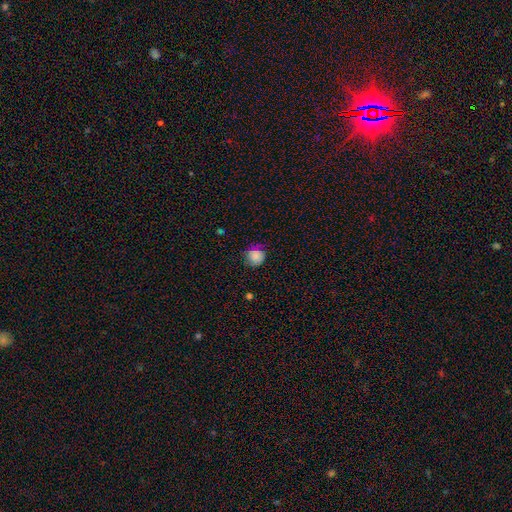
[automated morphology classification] This is clearly a smooth galaxy (82%). How rounded: clearly round (90%). Merging: likely none (75%).